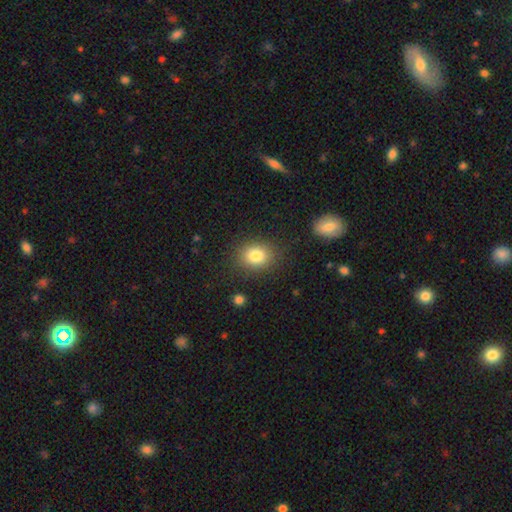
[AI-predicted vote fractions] Smooth or featured?
  - smooth: 82% *
  - star or artifact: 10%
  - featured or disk: 7%
How rounded?
  - round: 55% *
  - in between: 44%
  - cigar-shaped: 1%
Merging?
  - none: 84% *
  - minor disturbance: 10%
  - major disturbance: 4%
  - merger: 2%